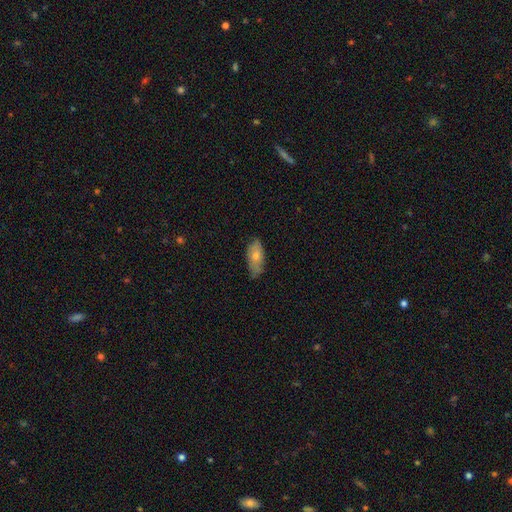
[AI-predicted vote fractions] A smooth galaxy with no disk features (71%) that is in between round and cigar-shaped (88%).

Vote fractions:
- Smooth or featured? smooth: 71% / featured or disk: 23% / star or artifact: 6%
- How rounded? in between: 88% / cigar-shaped: 9% / round: 3%
- Merging? none: 65% / minor disturbance: 29% / major disturbance: 5% / merger: 1%